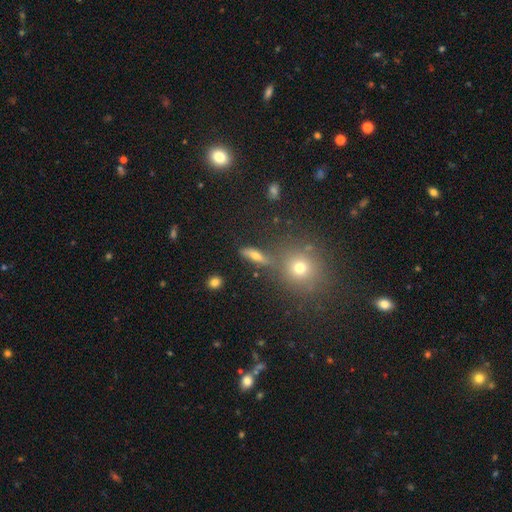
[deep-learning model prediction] A smooth galaxy with no disk features (45%).

Vote fractions:
- Smooth or featured? smooth: 45% / featured or disk: 34% / star or artifact: 20%
- Merging? none: 75% / minor disturbance: 12% / merger: 8% / major disturbance: 6%